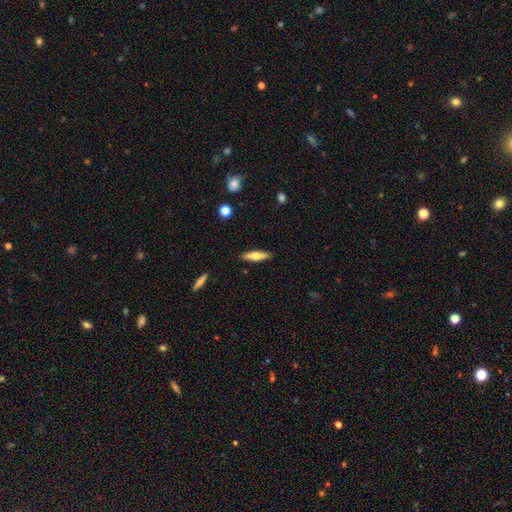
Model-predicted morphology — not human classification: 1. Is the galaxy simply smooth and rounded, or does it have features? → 56% smooth, 38% featured or disk, 6% star or artifact.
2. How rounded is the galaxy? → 70% cigar-shaped, 28% in between, 2% round.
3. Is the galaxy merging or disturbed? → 89% none, 8% minor disturbance, 2% major disturbance, 1% merger.